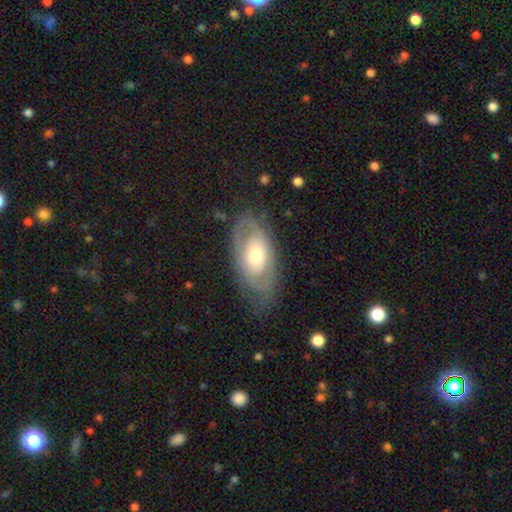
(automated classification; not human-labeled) featured or disk 62%, smooth 32%, star or artifact 6%. Down the decision tree: edge-on disk — no (90%); bar — no (74%); spiral arms — yes (59%); bulge size — moderate (65%); merging — none (69%).